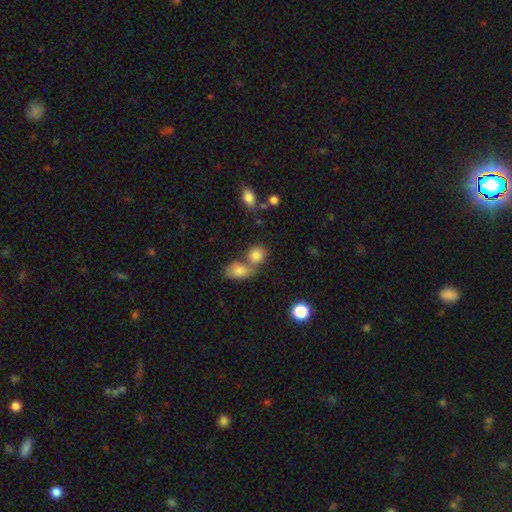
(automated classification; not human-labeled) smooth-or-featured: smooth: 82% | star or artifact: 10% | featured or disk: 8%
  how-rounded: round: 57% | in between: 42% | cigar-shaped: 2%
  merging: merger: 46% | none: 41% | minor disturbance: 9% | major disturbance: 3%